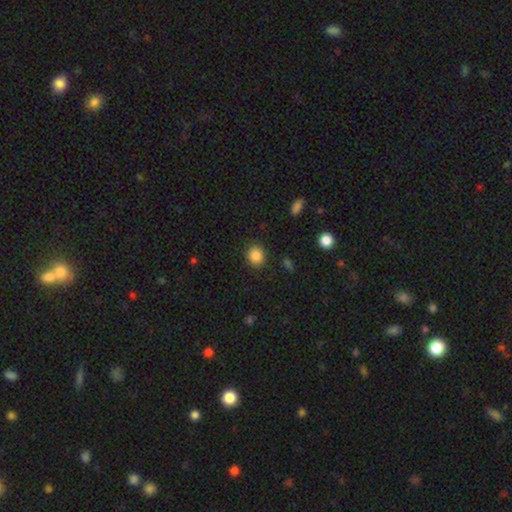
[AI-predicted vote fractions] smooth 86%, star or artifact 10%, featured or disk 5%. Down the decision tree: how rounded — round (78%); merging — none (89%).